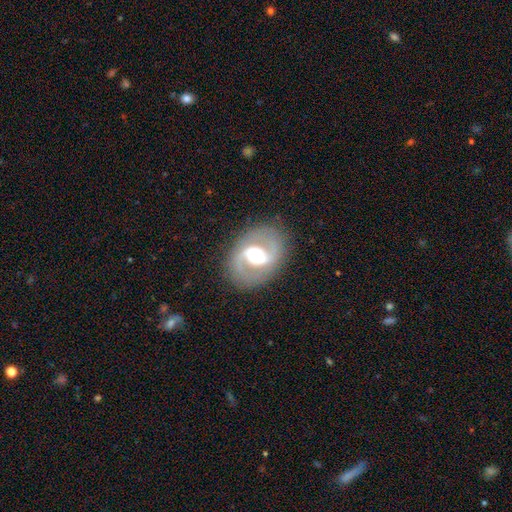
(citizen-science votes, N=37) A featured or disk galaxy (76%) with a weak bar (48%), 2 (100%) medium (54%) spiral arms (96%) and a moderate central bulge (52%).

Vote fractions:
- Smooth or featured? featured or disk: 76% / smooth: 19% / star or artifact: 5%
- Edge-on disk? no: 96% / yes: 4%
- Bar? weak: 48% / strong: 30% / no: 22%
- Spiral arms? yes: 96% / no: 4%
- Spiral winding? medium: 54% / loose: 31% / tight: 15%
- Spiral arm count? 2: 100% / 1: 0% / 3: 0% / 4: 0% / more than 4: 0% / can't tell: 0%
- Bulge size? moderate: 52% / large: 30% / dominant: 15% / small: 4% / none: 0%
- Merging? none: 71% / minor disturbance: 14% / major disturbance: 11% / merger: 3%